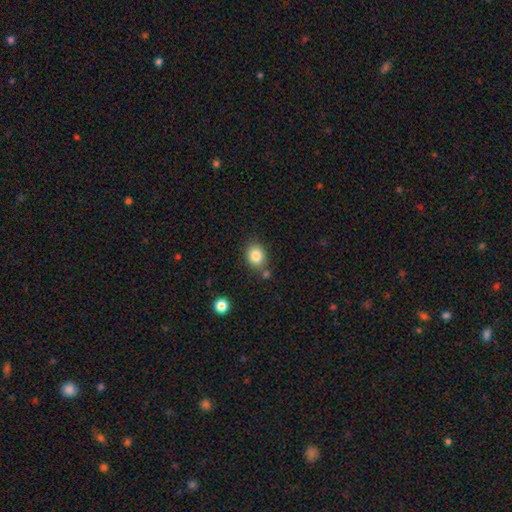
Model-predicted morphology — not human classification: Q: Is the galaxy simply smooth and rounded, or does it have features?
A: smooth — 84%.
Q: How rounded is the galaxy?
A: round — 56%.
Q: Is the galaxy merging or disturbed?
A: none — 75%.